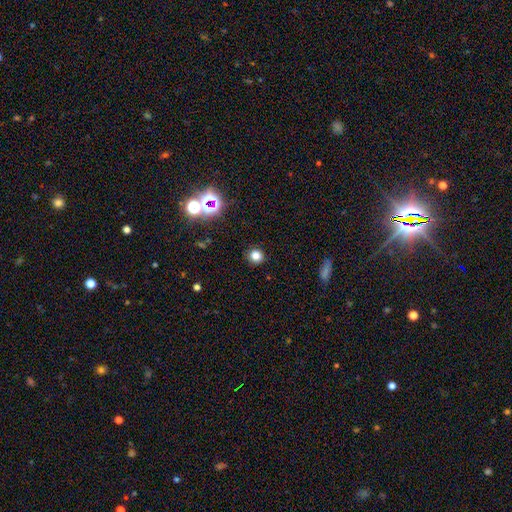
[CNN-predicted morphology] Overall: smooth (78%). How rounded: round (90%). Merging: none (90%).